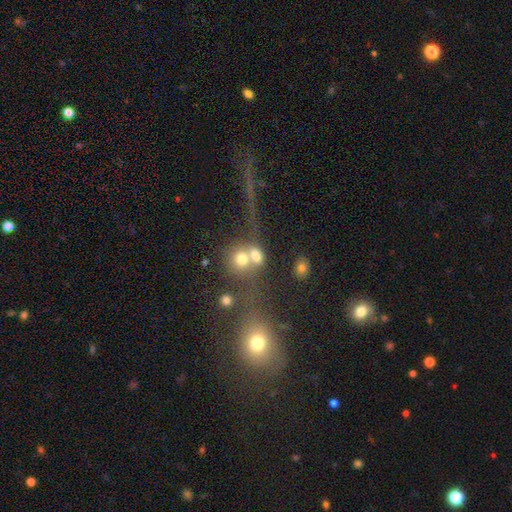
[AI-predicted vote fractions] This is likely a smooth galaxy (67%). How rounded: possibly round (58%). Merging: possibly merger (57%).